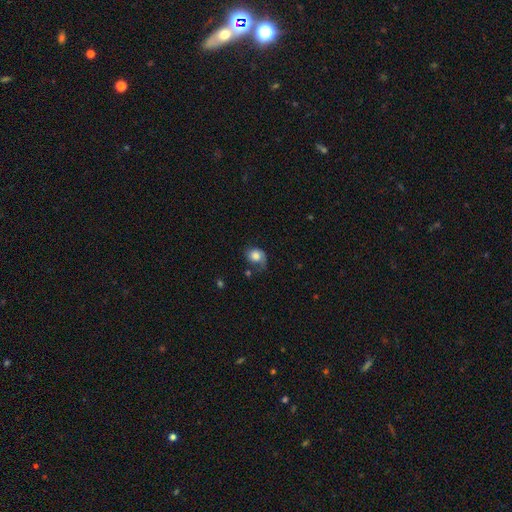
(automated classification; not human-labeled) Smooth or featured?
  - smooth: 61% *
  - featured or disk: 30%
  - star or artifact: 9%
How rounded?
  - round: 57% *
  - in between: 42%
  - cigar-shaped: 1%
Merging?
  - none: 41% *
  - major disturbance: 27%
  - minor disturbance: 27%
  - merger: 5%